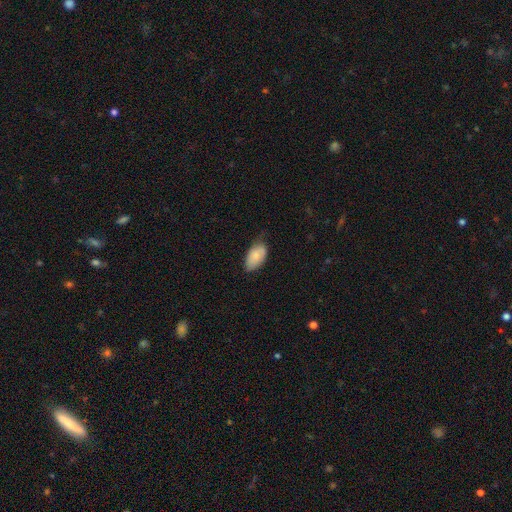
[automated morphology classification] Smooth or featured? Predicted: smooth (p=0.79). How rounded? Predicted: in between (p=0.95). Merging? Predicted: none (p=0.60).